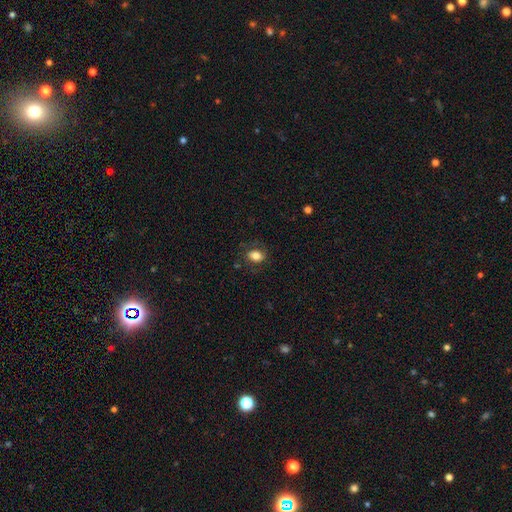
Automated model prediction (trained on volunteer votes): Morphology: type=smooth (76%); roundness=in between (78%); merging=none (76%).